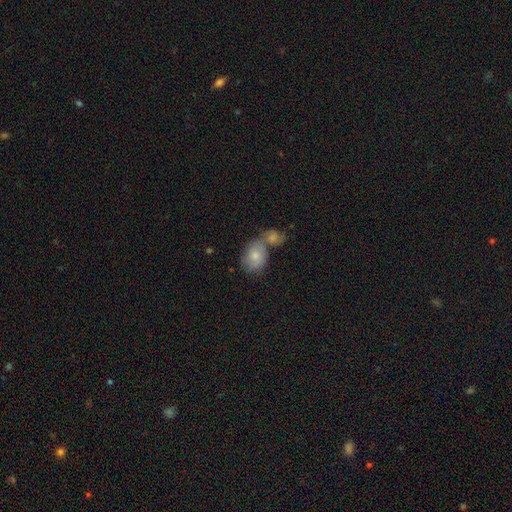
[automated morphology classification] The model was most divided on "merging": merger: 58%, none: 26%, minor disturbance: 11%, major disturbance: 5%. More confident: how rounded — in between (72%); smooth or featured — smooth (68%).